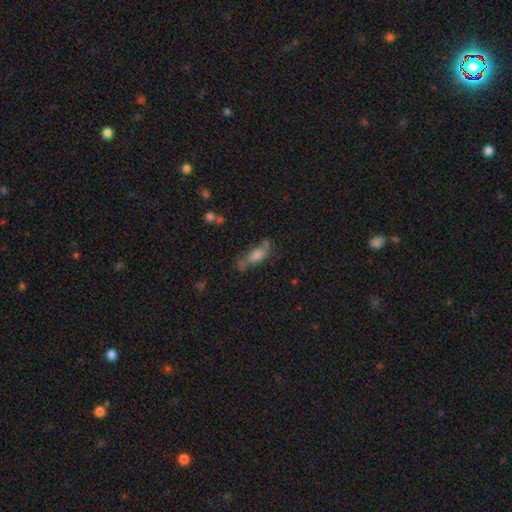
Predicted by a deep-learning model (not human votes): smooth-or-featured: smooth: 56% | featured or disk: 34% | star or artifact: 10%
  how-rounded: in between: 65% | cigar-shaped: 30% | round: 5%
  merging: none: 45% | minor disturbance: 28% | major disturbance: 19% | merger: 9%